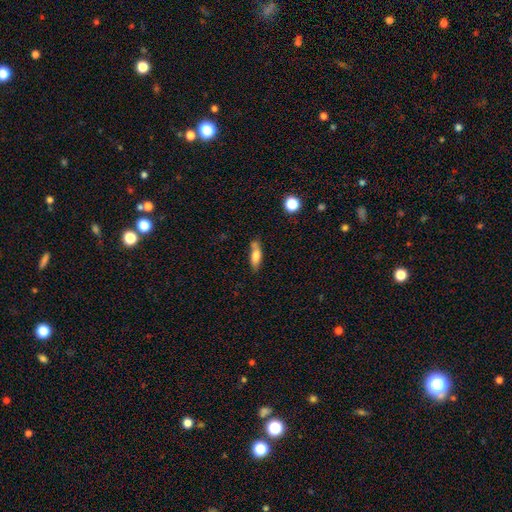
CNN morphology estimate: A smooth galaxy with no disk features (75%) that is in between round and cigar-shaped (58%).

Vote fractions:
- Smooth or featured? smooth: 75% / featured or disk: 16% / star or artifact: 8%
- How rounded? in between: 58% / cigar-shaped: 39% / round: 3%
- Merging? none: 55% / minor disturbance: 24% / merger: 14% / major disturbance: 7%